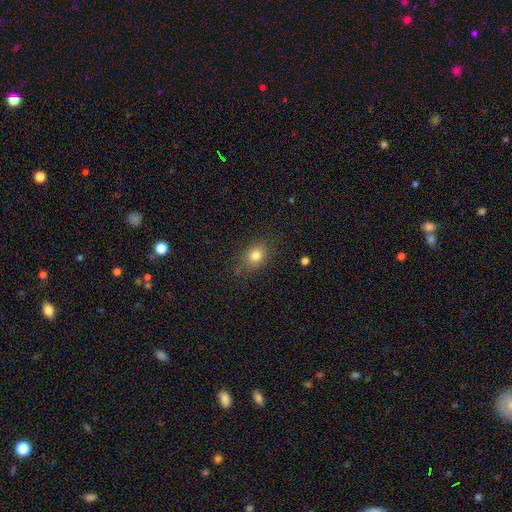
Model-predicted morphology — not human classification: This is likely a smooth galaxy (79%). How rounded: possibly in between (54%). Merging: likely none (80%).